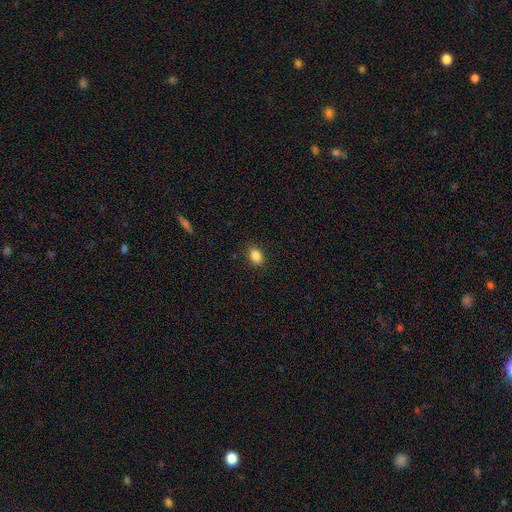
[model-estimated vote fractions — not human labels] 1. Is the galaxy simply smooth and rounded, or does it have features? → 86% smooth, 10% star or artifact, 4% featured or disk.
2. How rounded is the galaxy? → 71% in between, 28% round, 1% cigar-shaped.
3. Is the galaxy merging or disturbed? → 88% none, 8% minor disturbance, 2% major disturbance, 1% merger.